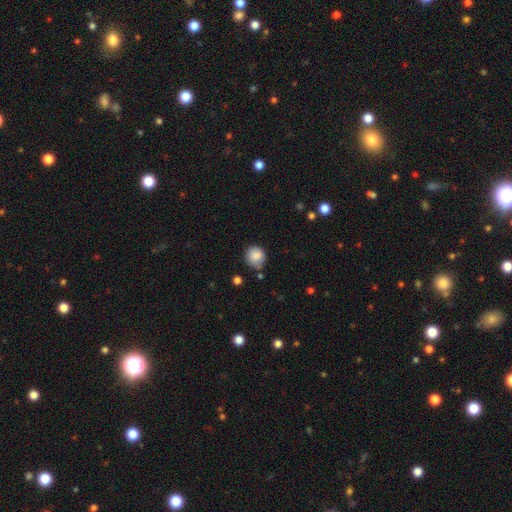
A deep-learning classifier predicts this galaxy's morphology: Q: Smooth or featured?
A: smooth (86%); runner-up: star or artifact (9%)
Q: How rounded?
A: round (88%); runner-up: in between (11%)
Q: Merging?
A: none (72%); runner-up: minor disturbance (19%)